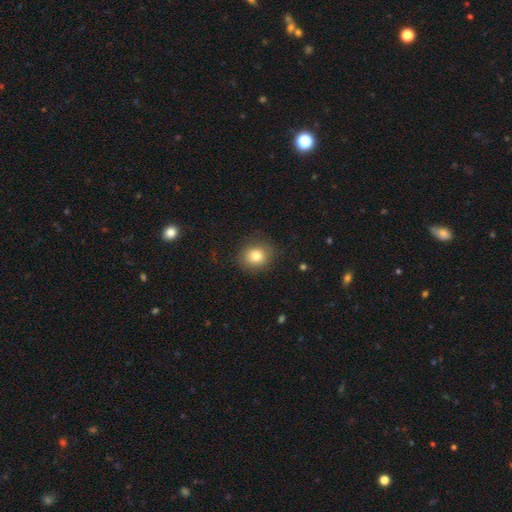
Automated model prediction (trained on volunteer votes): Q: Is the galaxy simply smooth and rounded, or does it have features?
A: smooth — 80%.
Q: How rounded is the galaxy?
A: round — 72%.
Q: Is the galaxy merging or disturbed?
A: none — 84%.